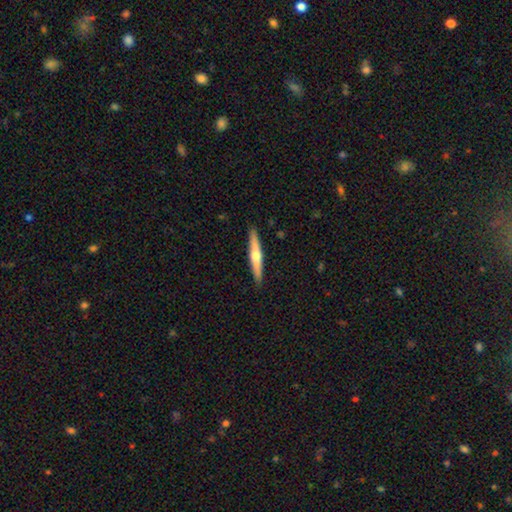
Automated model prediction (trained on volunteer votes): This appears to be a featured or disk galaxy (52%) viewed edge-on (96%) with a rounded central bulge (87%). Merging: none (91%).